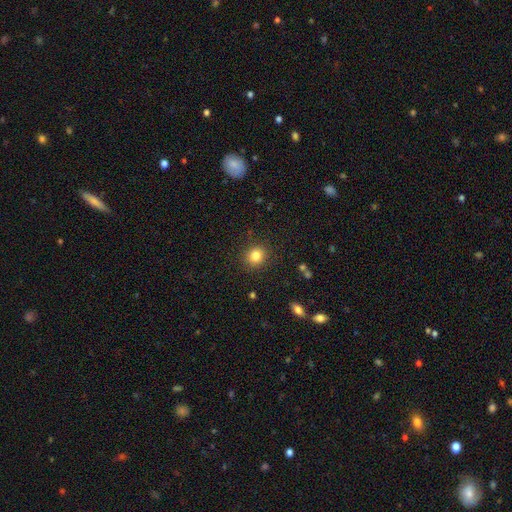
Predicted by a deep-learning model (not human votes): Q: Smooth or featured?
A: smooth (83%); runner-up: star or artifact (12%)
Q: How rounded?
A: round (83%); runner-up: in between (16%)
Q: Merging?
A: none (89%); runner-up: minor disturbance (7%)